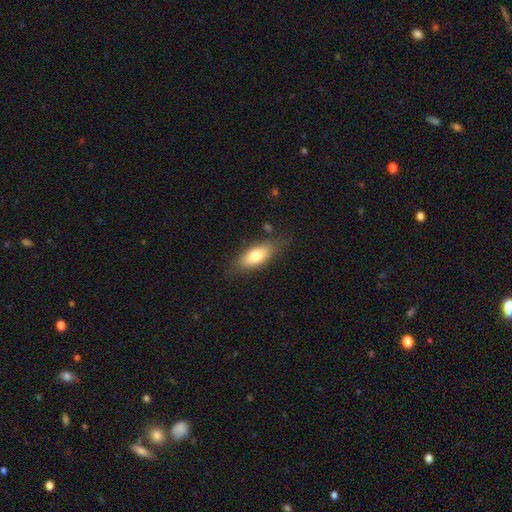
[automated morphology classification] smooth 75%, featured or disk 18%, star or artifact 7%. Down the decision tree: how rounded — in between (81%); merging — none (75%).